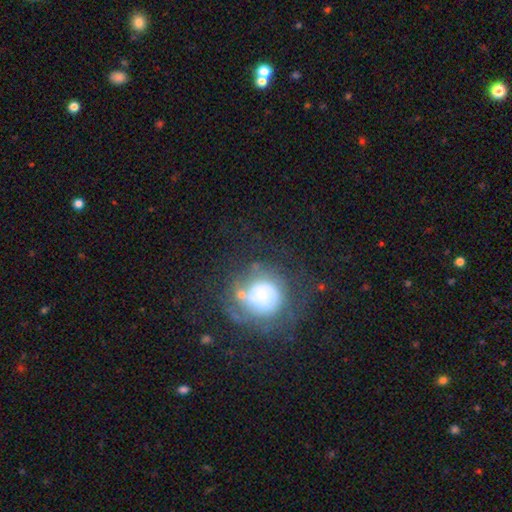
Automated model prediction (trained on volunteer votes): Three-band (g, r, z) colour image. It shows a smooth galaxy with no disk features (38%). Merging: none (64%).